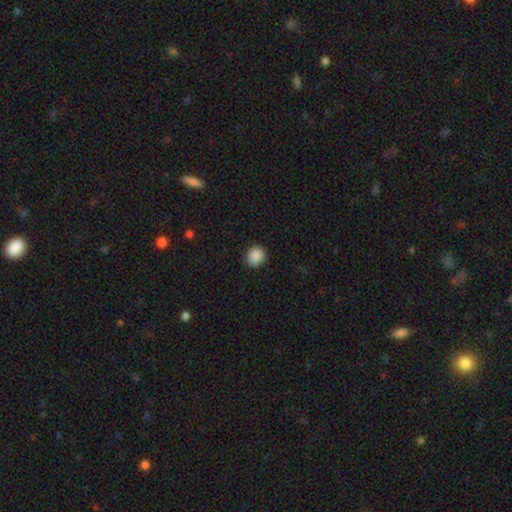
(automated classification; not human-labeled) Smooth or featured: smooth — 88% (star or artifact — 9%)
How rounded: round — 81% (in between — 19%)
Merging: none — 87% (minor disturbance — 9%)